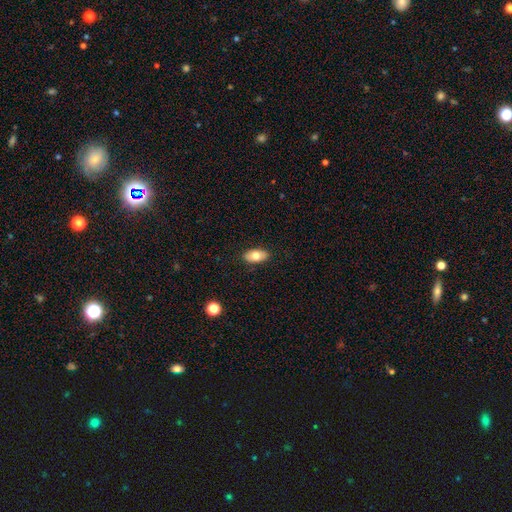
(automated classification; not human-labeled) The model was most divided on "smooth or featured": smooth: 76%, featured or disk: 17%, star or artifact: 7%. More confident: how rounded — in between (92%); merging — none (88%).